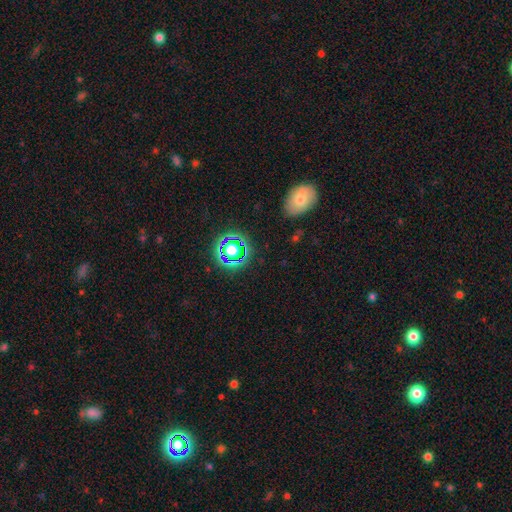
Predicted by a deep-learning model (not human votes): This is possibly a star or artifact rather than a galaxy (49%).